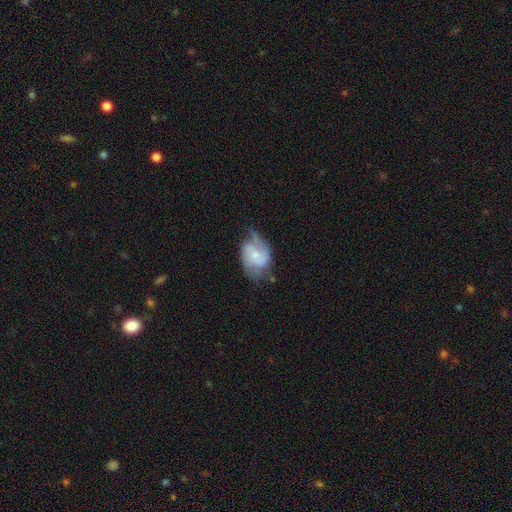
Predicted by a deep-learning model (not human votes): Smooth or featured?
  - featured or disk: 67% *
  - smooth: 26%
  - star or artifact: 6%
Edge-on disk?
  - no: 97% *
  - yes: 3%
Bar?
  - no: 57% *
  - weak: 36%
  - strong: 7%
Spiral arms?
  - yes: 88% *
  - no: 12%
Spiral winding?
  - medium: 44% *
  - loose: 34%
  - tight: 21%
Spiral arm count?
  - 2: 76% *
  - can't tell: 11%
  - 1: 7%
  - 3: 3%
  - 4: 1%
  - more than 4: 1%
Bulge size?
  - small: 51% *
  - moderate: 35%
  - none: 8%
  - large: 4%
  - dominant: 1%
Merging?
  - none: 45% *
  - minor disturbance: 31%
  - major disturbance: 21%
  - merger: 3%